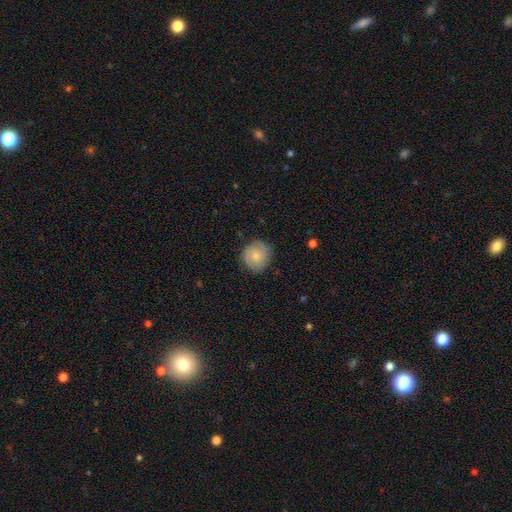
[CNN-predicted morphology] smooth-or-featured: smooth: 66% | featured or disk: 27% | star or artifact: 7%
  how-rounded: round: 86% | in between: 13% | cigar-shaped: 1%
  merging: none: 81% | minor disturbance: 15% | major disturbance: 3% | merger: 1%